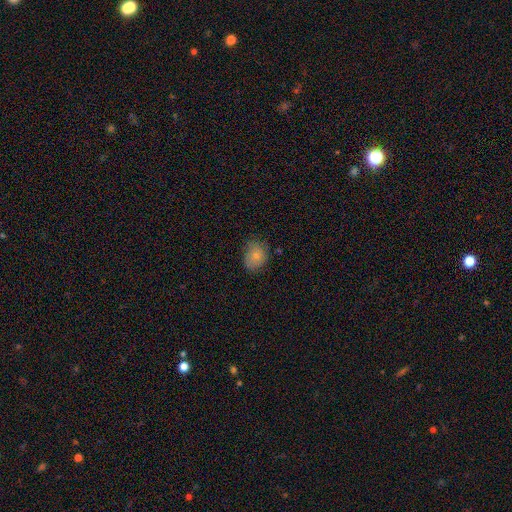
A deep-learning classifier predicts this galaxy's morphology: Smooth or featured: smooth — 78% (featured or disk — 14%)
How rounded: in between — 52% (round — 47%)
Merging: none — 67% (minor disturbance — 25%)